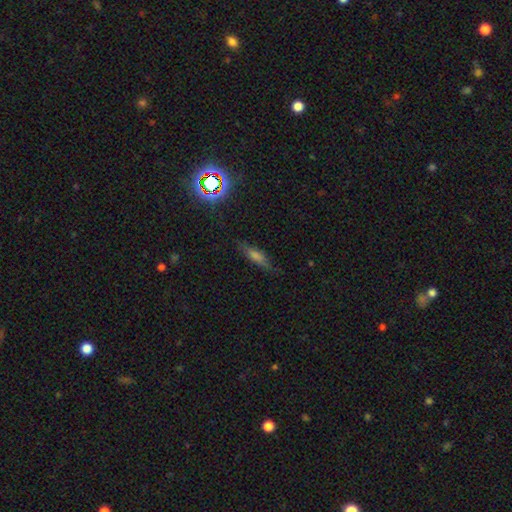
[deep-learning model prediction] smooth-or-featured: smooth: 50% | featured or disk: 32% | star or artifact: 18%
  merging: none: 77% | minor disturbance: 16% | major disturbance: 5% | merger: 2%